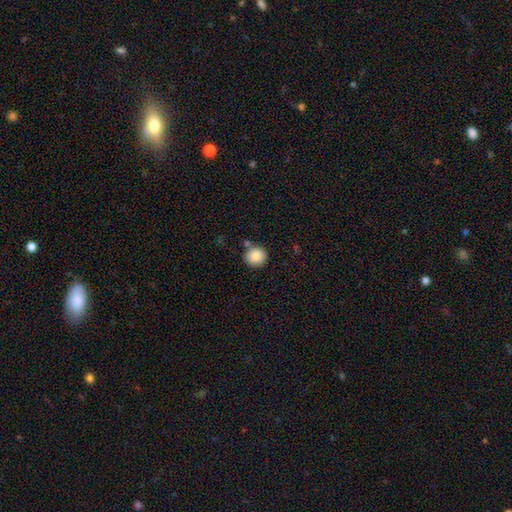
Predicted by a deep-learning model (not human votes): smooth_or_featured: smooth (p=0.86) [alt: star or artifact p=0.09]
how_rounded: round (p=0.90) [alt: in between p=0.09]
merging: none (p=0.80) [alt: minor disturbance p=0.09]